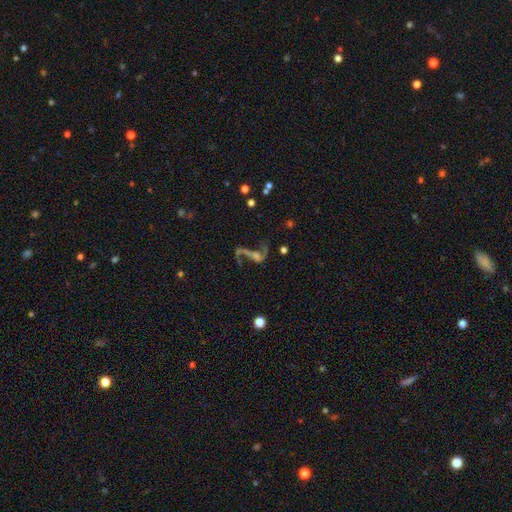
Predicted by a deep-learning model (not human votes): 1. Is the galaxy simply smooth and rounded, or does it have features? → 72% featured or disk, 16% star or artifact, 12% smooth.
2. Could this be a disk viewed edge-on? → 90% no, 10% yes.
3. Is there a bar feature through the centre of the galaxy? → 49% no, 32% weak, 19% strong.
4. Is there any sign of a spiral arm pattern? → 80% yes, 20% no.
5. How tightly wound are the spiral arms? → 89% loose, 8% medium, 3% tight.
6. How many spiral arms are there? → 78% 2, 13% 1, 4% can't tell, 2% 3, 1% 4, 1% more than 4.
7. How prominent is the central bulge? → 41% small, 27% moderate, 24% none, 6% large, 3% dominant.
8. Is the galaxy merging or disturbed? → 43% none, 30% major disturbance, 13% minor disturbance, 13% merger.